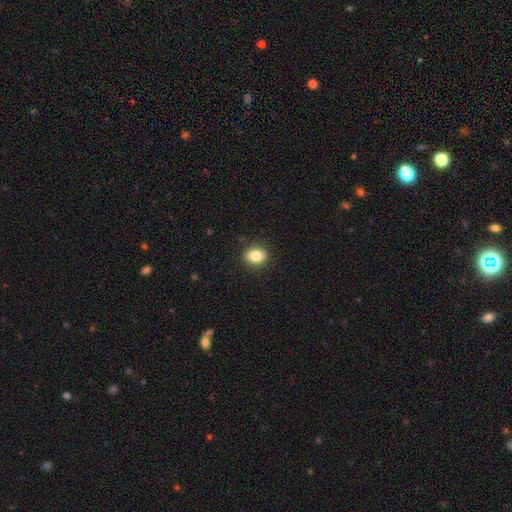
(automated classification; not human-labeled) smooth_or_featured: smooth (p=0.83) [alt: star or artifact p=0.10]
how_rounded: in between (p=0.52) [alt: round p=0.47]
merging: none (p=0.89) [alt: minor disturbance p=0.08]